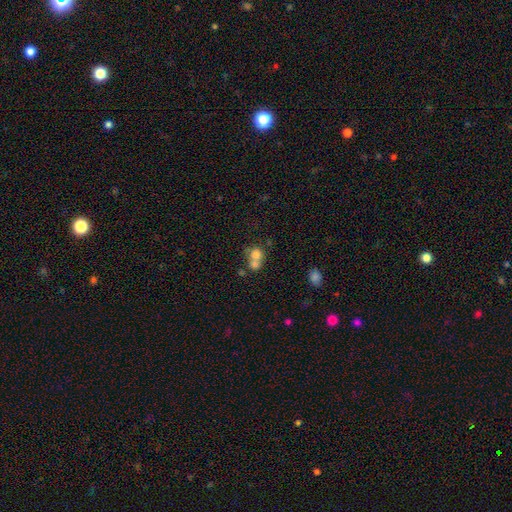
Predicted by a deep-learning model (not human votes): smooth-or-featured: smooth: 72% | featured or disk: 16% | star or artifact: 11%
  how-rounded: round: 79% | in between: 20% | cigar-shaped: 1%
  merging: merger: 60% | none: 30% | minor disturbance: 6% | major disturbance: 4%